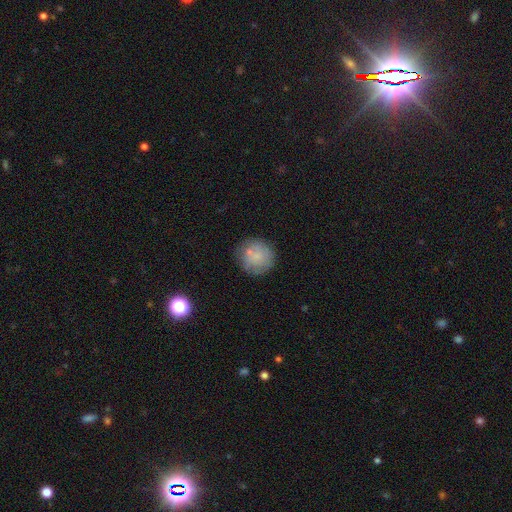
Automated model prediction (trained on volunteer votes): The model was most divided on "smooth or featured": smooth: 67%, featured or disk: 24%, star or artifact: 9%. More confident: how rounded — round (92%); merging — none (70%).